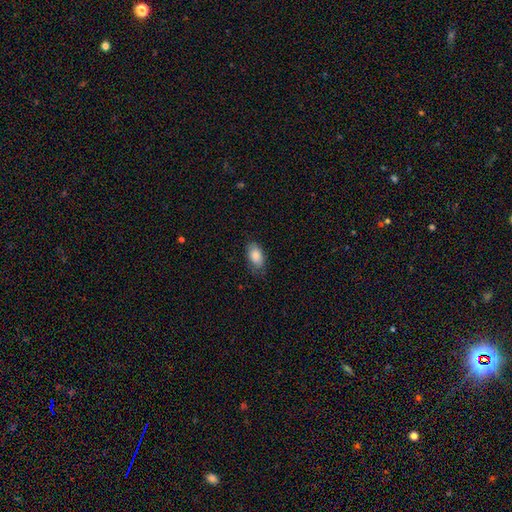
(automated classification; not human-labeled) The model was most divided on "merging": none: 76%, minor disturbance: 19%, major disturbance: 4%, merger: 1%. More confident: how rounded — in between (93%); smooth or featured — smooth (85%).